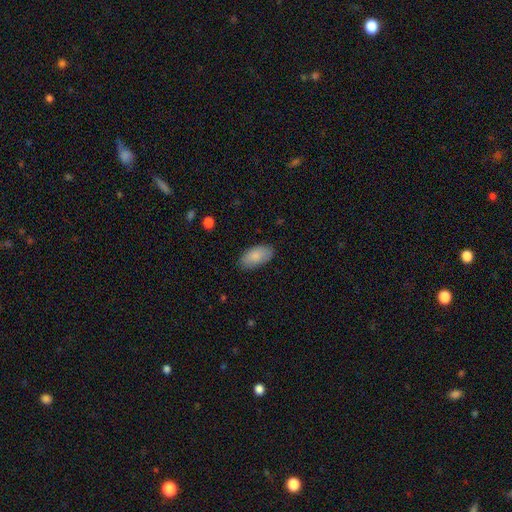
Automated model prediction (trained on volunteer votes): A smooth galaxy with no disk features (86%) that is in between round and cigar-shaped (95%).

Vote fractions:
- Smooth or featured? smooth: 86% / featured or disk: 8% / star or artifact: 6%
- How rounded? in between: 95% / cigar-shaped: 3% / round: 2%
- Merging? none: 85% / minor disturbance: 12% / major disturbance: 2% / merger: 1%